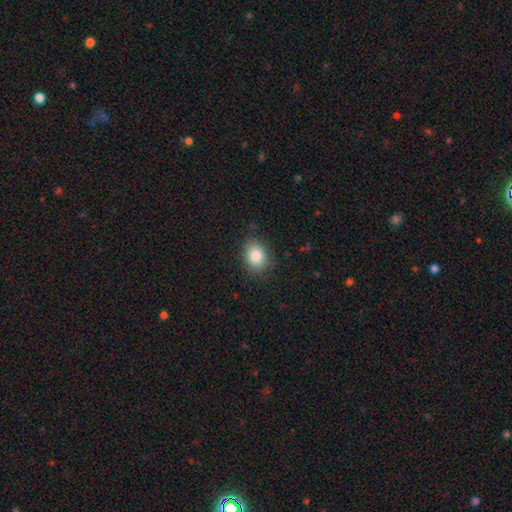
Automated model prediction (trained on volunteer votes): This appears to be a smooth galaxy with no disk features (85%) that is in between round and cigar-shaped (55%). Merging: none (82%).